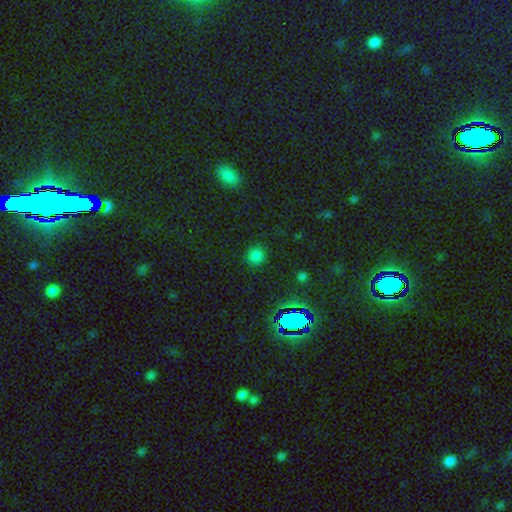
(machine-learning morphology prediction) type=smooth (74%); roundness=round (90%); merging=none (87%).